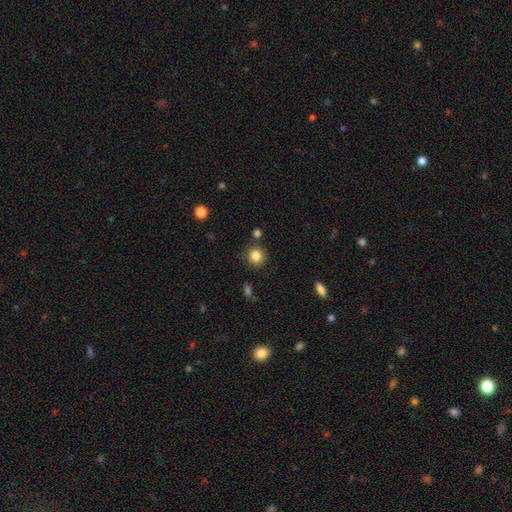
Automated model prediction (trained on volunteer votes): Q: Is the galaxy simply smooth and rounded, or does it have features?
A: smooth — 84%.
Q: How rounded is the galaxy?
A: round — 90%.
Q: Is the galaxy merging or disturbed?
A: none — 85%.